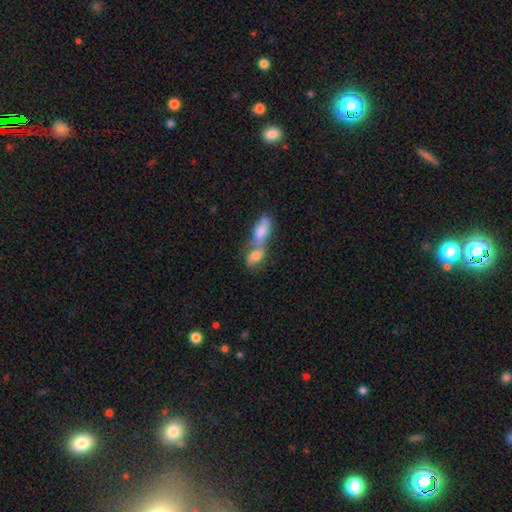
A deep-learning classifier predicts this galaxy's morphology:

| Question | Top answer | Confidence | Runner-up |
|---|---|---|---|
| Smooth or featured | smooth | 71% | featured or disk (20%) |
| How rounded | in between | 75% | cigar-shaped (13%) |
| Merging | merger | 78% | none (12%) |